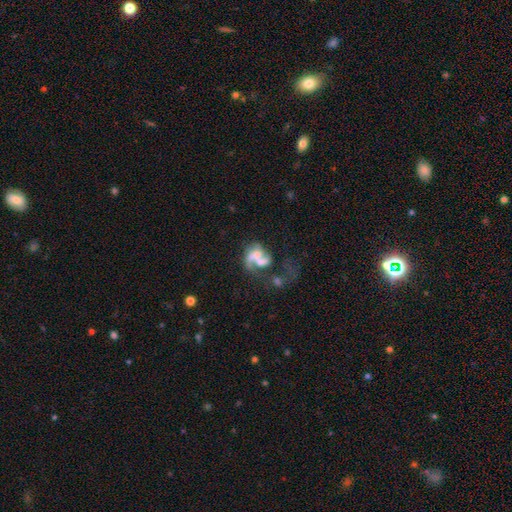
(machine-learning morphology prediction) Smooth or featured? featured or disk (61%)
Edge-on disk? no (98%)
Bar? no (72%)
Spiral arms? yes (56%)
Bulge size? none (36%)
Merging? merger (46%)